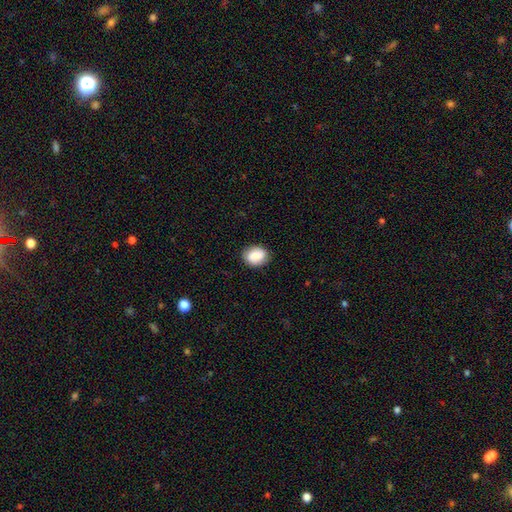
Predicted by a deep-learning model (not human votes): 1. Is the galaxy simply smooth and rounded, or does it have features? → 85% smooth, 7% featured or disk, 7% star or artifact.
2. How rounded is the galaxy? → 59% in between, 40% round, 1% cigar-shaped.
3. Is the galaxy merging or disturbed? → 83% none, 13% minor disturbance, 3% major disturbance, 1% merger.